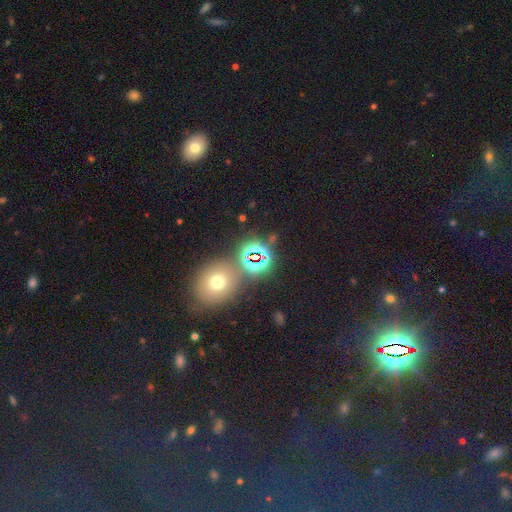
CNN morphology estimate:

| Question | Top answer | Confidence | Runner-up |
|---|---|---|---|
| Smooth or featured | star or artifact | 63% | smooth (28%) |